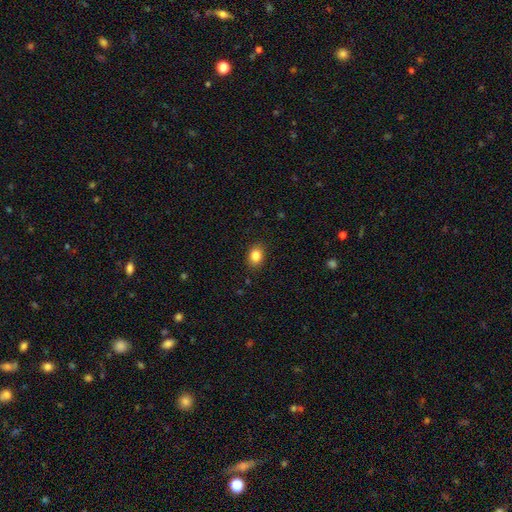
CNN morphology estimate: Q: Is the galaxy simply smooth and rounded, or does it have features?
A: smooth — 85%.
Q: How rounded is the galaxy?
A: in between — 55%.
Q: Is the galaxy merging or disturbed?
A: none — 88%.